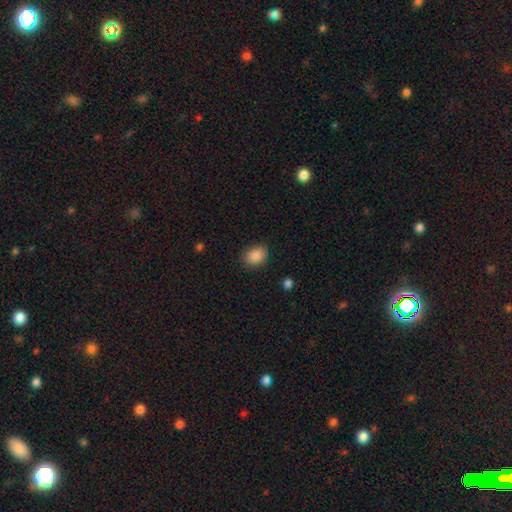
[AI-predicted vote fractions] smooth-or-featured: smooth: 88% | star or artifact: 8% | featured or disk: 4%
  how-rounded: in between: 59% | round: 40% | cigar-shaped: 1%
  merging: none: 83% | minor disturbance: 12% | major disturbance: 3% | merger: 1%